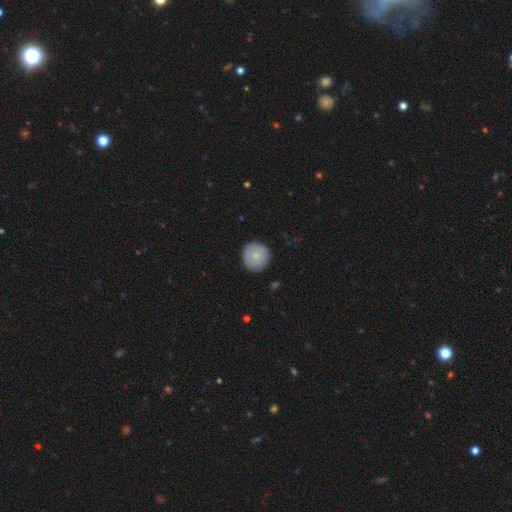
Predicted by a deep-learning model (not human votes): smooth-or-featured: smooth: 69% | featured or disk: 25% | star or artifact: 6%
  how-rounded: round: 94% | in between: 5% | cigar-shaped: 1%
  merging: none: 88% | minor disturbance: 9% | major disturbance: 2% | merger: 1%